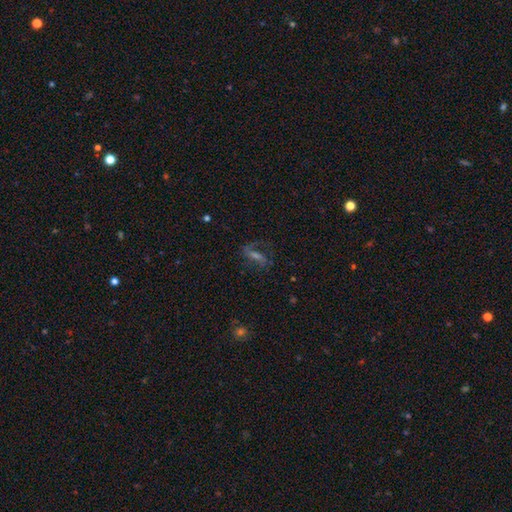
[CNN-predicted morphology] smooth-or-featured: featured or disk: 62% | smooth: 20% | star or artifact: 19%
  disk-edge-on: no: 85% | yes: 15%
    bar: strong: 39% | weak: 36% | no: 25%
    has-spiral-arms: yes: 83% | no: 17%
    bulge-size: small: 44% | moderate: 34% | none: 13% | large: 6% | dominant: 2%
  merging: none: 69% | minor disturbance: 15% | major disturbance: 14% | merger: 2%